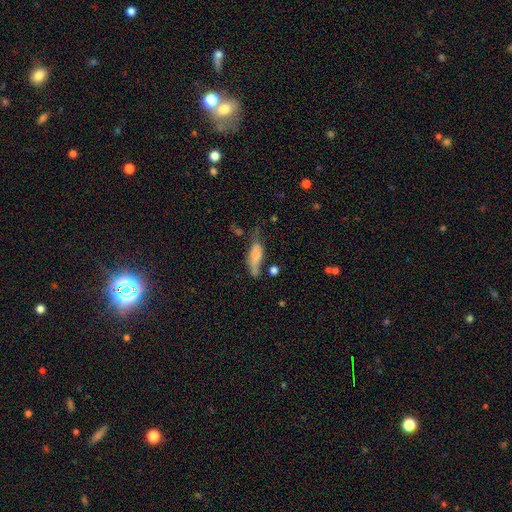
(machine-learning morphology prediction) This is likely a smooth galaxy (68%). How rounded: likely in between (61%). Merging: marginally minor disturbance (32%).